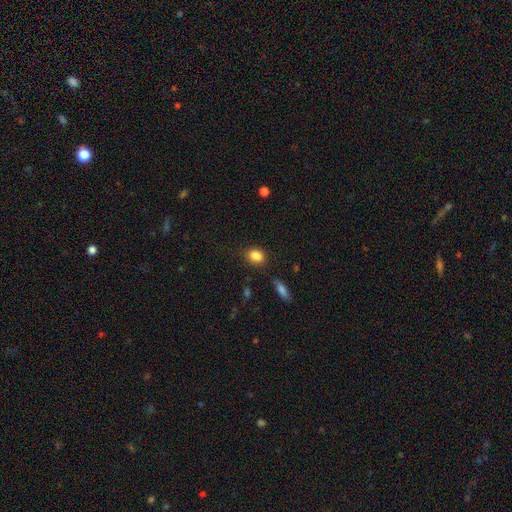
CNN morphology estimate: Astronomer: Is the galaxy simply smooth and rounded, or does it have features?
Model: smooth — 86%.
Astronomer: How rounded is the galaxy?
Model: in between — 61% (runner-up: round, 37%).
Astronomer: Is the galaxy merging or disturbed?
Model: none — 82%.